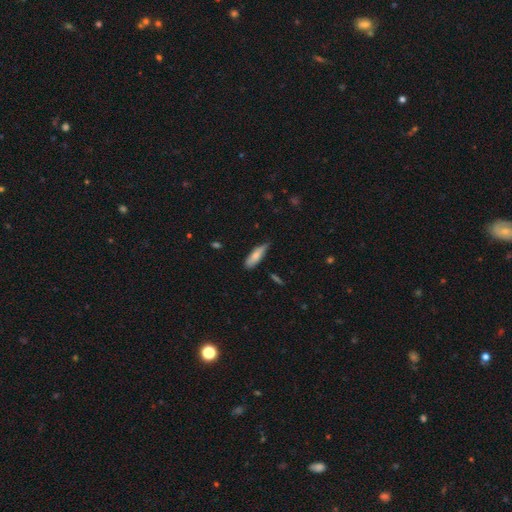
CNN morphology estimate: Smooth or featured? smooth (74%)
How rounded? cigar-shaped (52%)
Merging? none (64%)